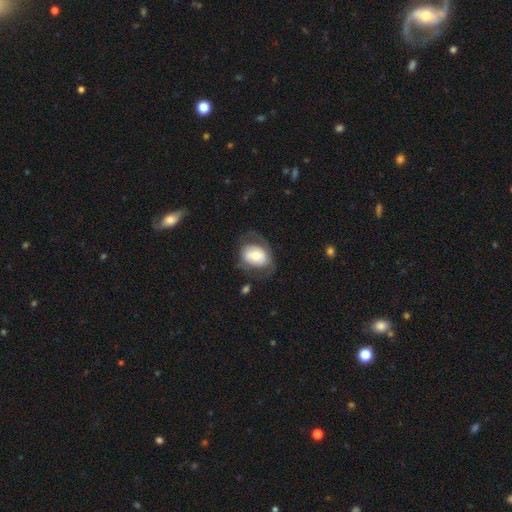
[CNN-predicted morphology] The model was most divided on "smooth or featured": smooth: 54%, featured or disk: 39%, star or artifact: 7%. More confident: how rounded — in between (66%); merging — none (53%).